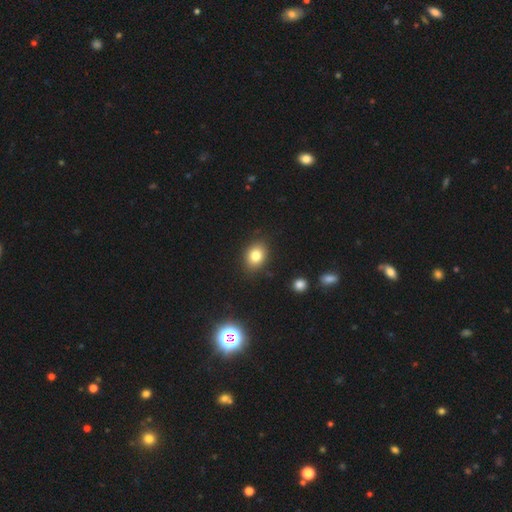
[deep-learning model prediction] A smooth galaxy with no disk features (80%) that is in between round and cigar-shaped (58%).

Vote fractions:
- Smooth or featured? smooth: 80% / star or artifact: 11% / featured or disk: 9%
- How rounded? in between: 58% / round: 41% / cigar-shaped: 1%
- Merging? none: 87% / minor disturbance: 9% / major disturbance: 2% / merger: 2%